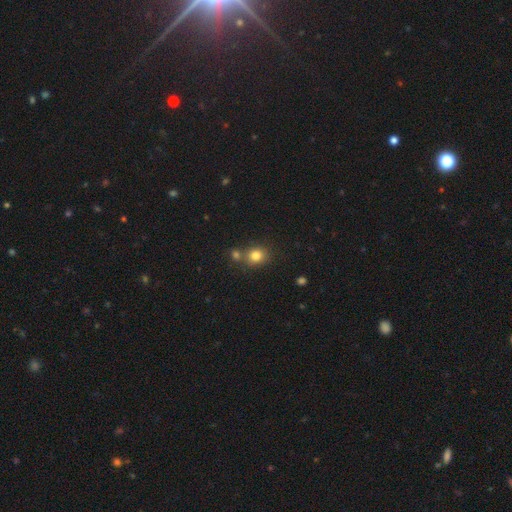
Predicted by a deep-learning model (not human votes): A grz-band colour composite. It shows a smooth galaxy with no disk features (80%) that is round (72%). Merging: none (62%).